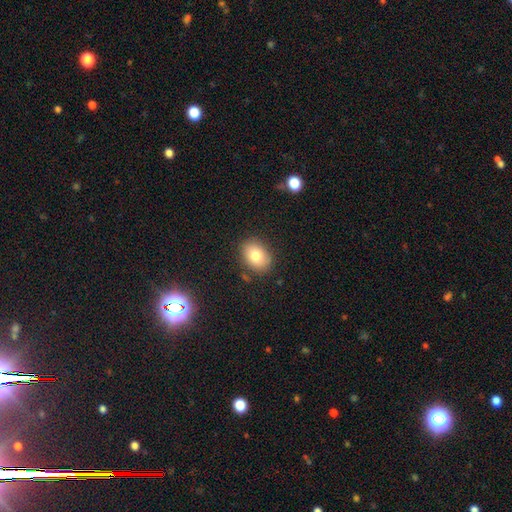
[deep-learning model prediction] The model was most divided on "how rounded": in between: 66%, round: 33%, cigar-shaped: 1%. More confident: merging — none (84%); smooth or featured — smooth (78%).